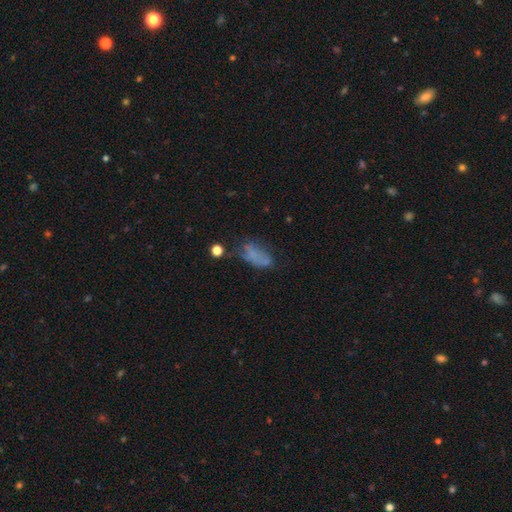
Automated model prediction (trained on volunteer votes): A smooth galaxy with no disk features (56%) that is in between round and cigar-shaped (86%).

Vote fractions:
- Smooth or featured? smooth: 56% / featured or disk: 28% / star or artifact: 17%
- How rounded? in between: 86% / cigar-shaped: 7% / round: 6%
- Merging? none: 37% / major disturbance: 28% / minor disturbance: 27% / merger: 8%